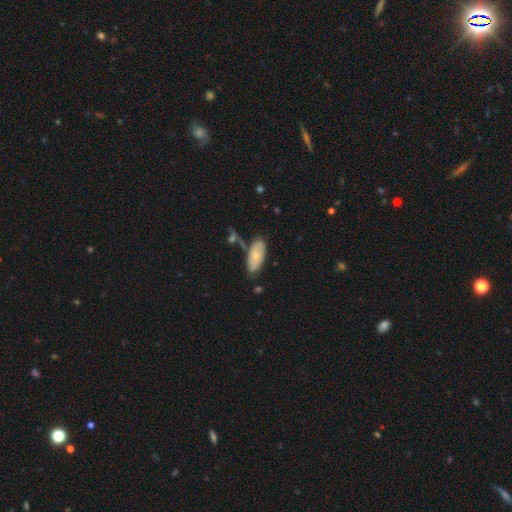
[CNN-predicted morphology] This appears to be a smooth galaxy with no disk features (66%) that is in between round and cigar-shaped (88%). Merging: none (67%).